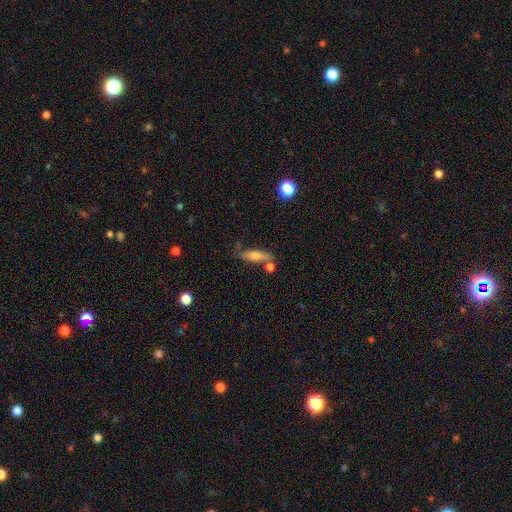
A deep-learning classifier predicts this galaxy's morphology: A smooth galaxy with no disk features (67%) that is cigar-shaped (58%).

Vote fractions:
- Smooth or featured? smooth: 67% / featured or disk: 25% / star or artifact: 8%
- How rounded? cigar-shaped: 58% / in between: 38% / round: 3%
- Merging? none: 62% / minor disturbance: 18% / merger: 14% / major disturbance: 6%